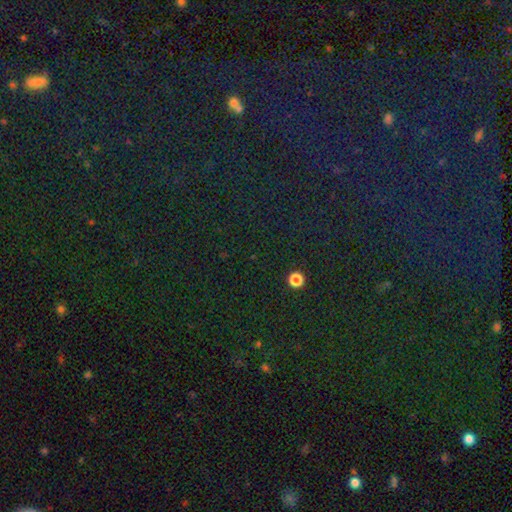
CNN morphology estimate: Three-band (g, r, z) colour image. It shows a star or artifact, not a galaxy (78%).